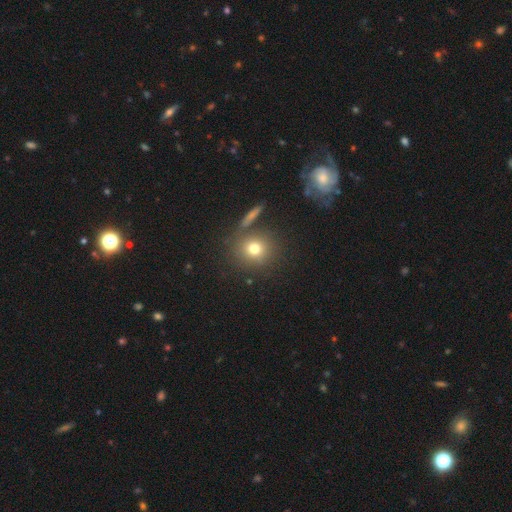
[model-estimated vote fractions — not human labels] The model was most divided on "smooth or featured": smooth: 50%, star or artifact: 33%, featured or disk: 16%. More confident: how rounded — round (86%); merging — none (76%).